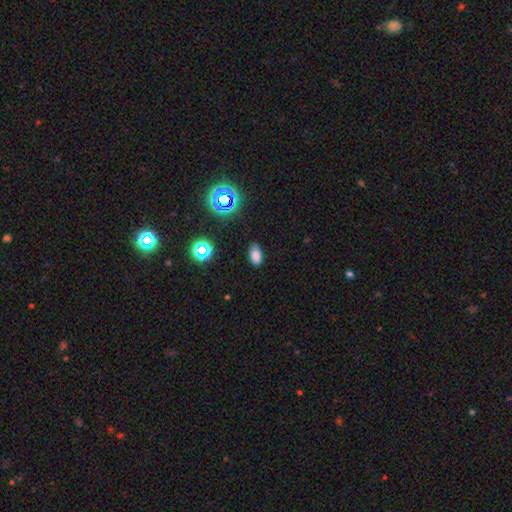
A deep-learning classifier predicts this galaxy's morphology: The model was most divided on "smooth or featured": smooth: 76%, star or artifact: 18%, featured or disk: 6%. More confident: how rounded — in between (90%); merging — none (83%).